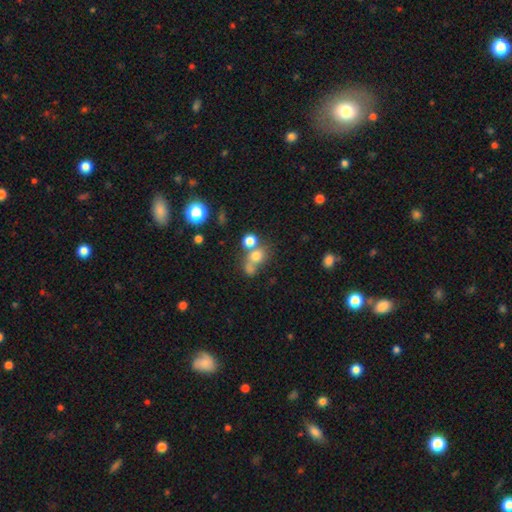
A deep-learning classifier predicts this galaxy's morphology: The model was most divided on "merging": merger: 45%, none: 37%, minor disturbance: 10%, major disturbance: 8%. More confident: how rounded — round (72%); smooth or featured — smooth (70%).